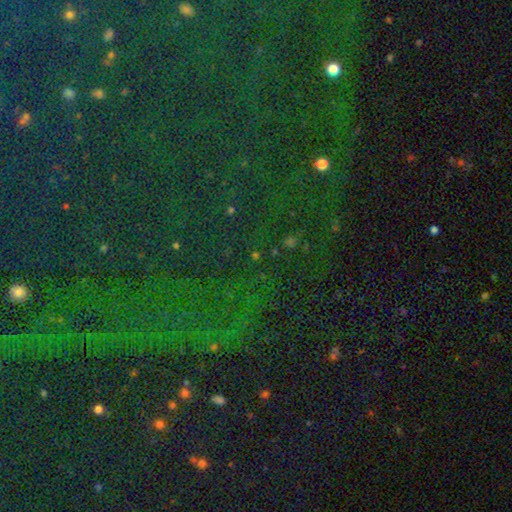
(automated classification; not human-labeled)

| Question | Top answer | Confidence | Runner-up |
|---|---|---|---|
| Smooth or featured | star or artifact | 73% | smooth (19%) |